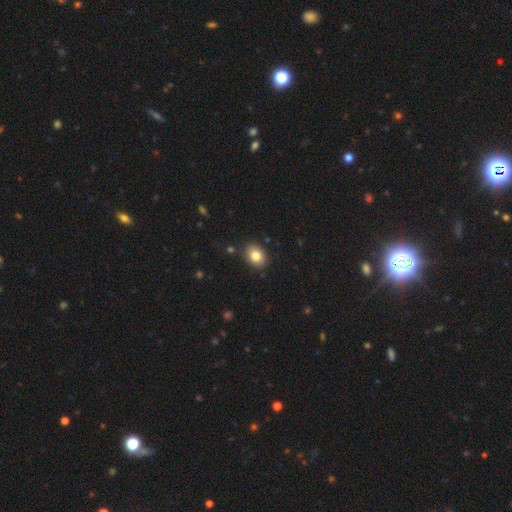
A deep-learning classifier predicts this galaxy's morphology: Q: Smooth or featured?
A: smooth (83%); runner-up: star or artifact (9%)
Q: How rounded?
A: in between (59%); runner-up: round (40%)
Q: Merging?
A: none (86%); runner-up: minor disturbance (9%)